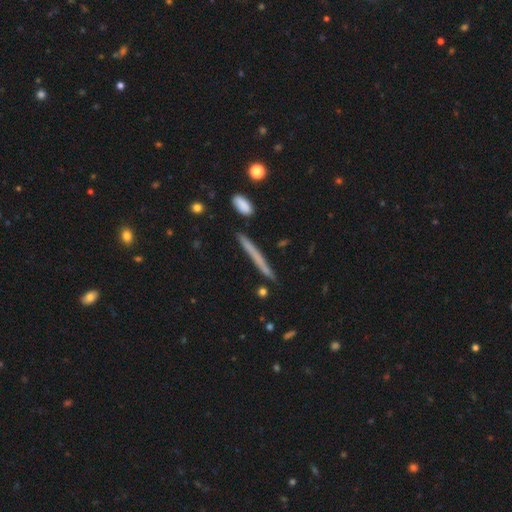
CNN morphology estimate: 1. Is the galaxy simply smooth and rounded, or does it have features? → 56% smooth, 37% featured or disk, 7% star or artifact.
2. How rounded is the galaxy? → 96% cigar-shaped, 2% in between, 2% round.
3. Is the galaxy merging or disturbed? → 87% none, 9% minor disturbance, 3% merger, 2% major disturbance.